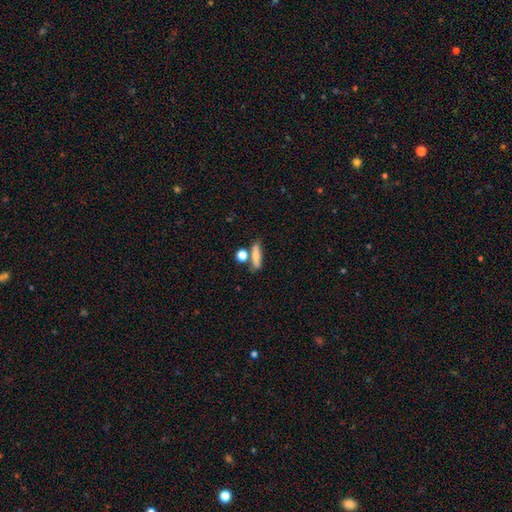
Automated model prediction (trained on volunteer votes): A smooth galaxy with no disk features (73%) that is cigar-shaped (54%).

Vote fractions:
- Smooth or featured? smooth: 73% / featured or disk: 18% / star or artifact: 9%
- How rounded? cigar-shaped: 54% / in between: 32% / round: 14%
- Merging? none: 62% / merger: 20% / minor disturbance: 13% / major disturbance: 5%